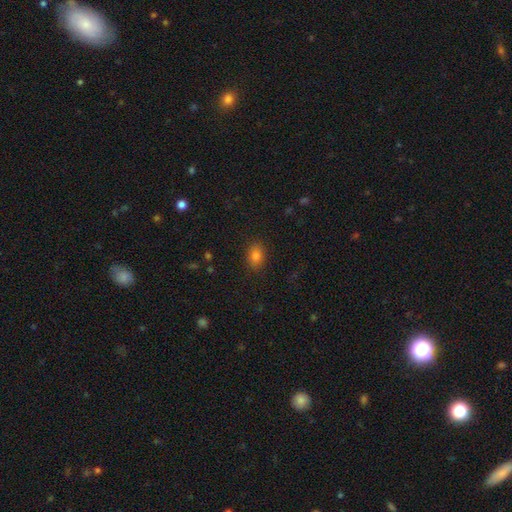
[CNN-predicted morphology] Smooth or featured?
  - smooth: 81% *
  - star or artifact: 12%
  - featured or disk: 7%
How rounded?
  - in between: 72% *
  - round: 26%
  - cigar-shaped: 1%
Merging?
  - none: 87% *
  - minor disturbance: 9%
  - major disturbance: 3%
  - merger: 1%